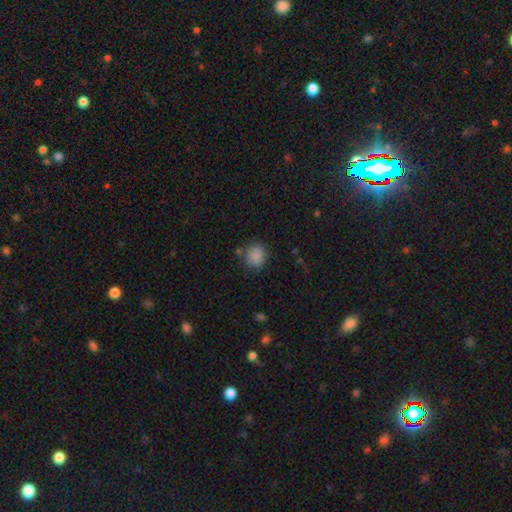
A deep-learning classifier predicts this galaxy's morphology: smooth 87%, star or artifact 9%, featured or disk 4%. Down the decision tree: how rounded — round (83%); merging — none (81%).